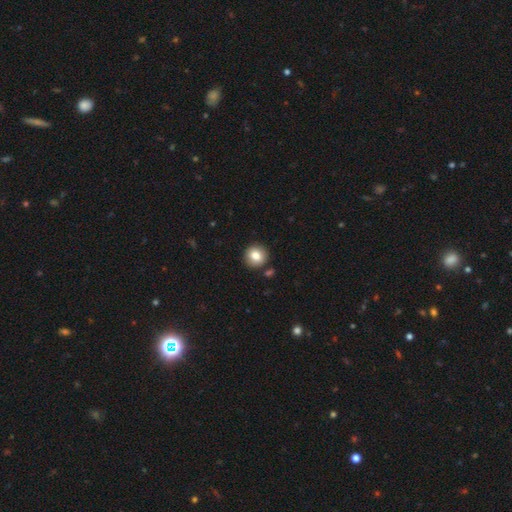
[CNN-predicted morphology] smooth-or-featured: smooth: 83% | star or artifact: 9% | featured or disk: 8%
  how-rounded: round: 92% | in between: 7% | cigar-shaped: 1%
  merging: none: 88% | minor disturbance: 7% | merger: 3% | major disturbance: 2%